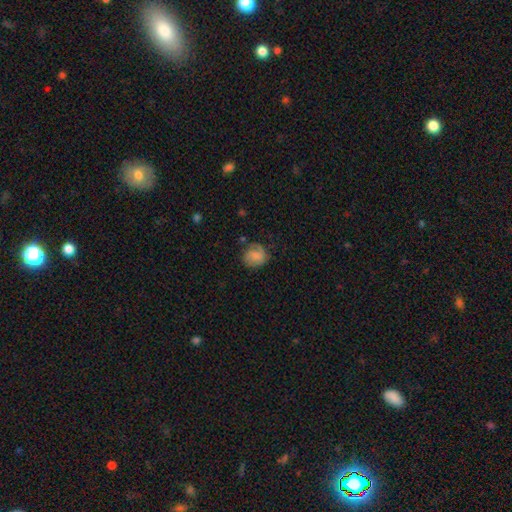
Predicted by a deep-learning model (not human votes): Morphology: type=smooth (60%); roundness=round (74%); merging=none (63%).